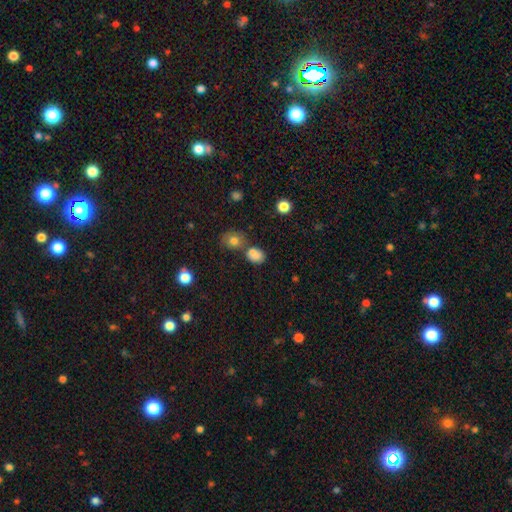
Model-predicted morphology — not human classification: smooth 80%, star or artifact 13%, featured or disk 6%. Down the decision tree: how rounded — in between (61%); merging — none (52%).